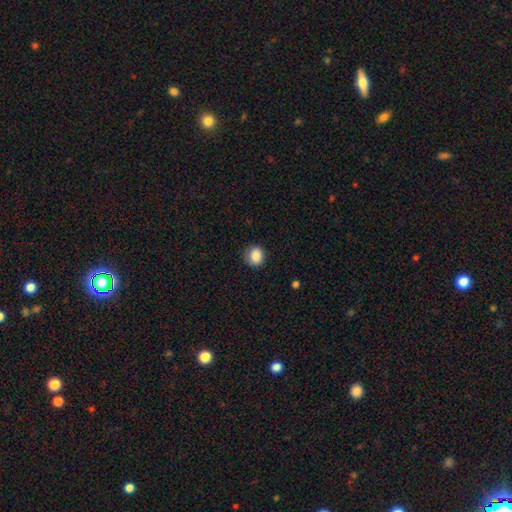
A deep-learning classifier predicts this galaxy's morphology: smooth-or-featured: smooth: 86% | star or artifact: 9% | featured or disk: 5%
  how-rounded: round: 78% | in between: 21% | cigar-shaped: 1%
  merging: none: 80% | minor disturbance: 15% | major disturbance: 4% | merger: 1%